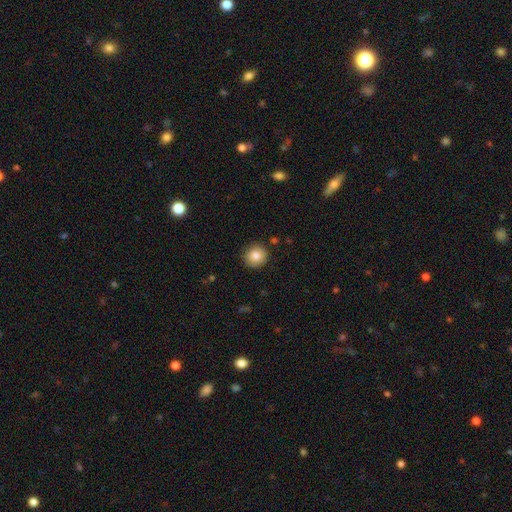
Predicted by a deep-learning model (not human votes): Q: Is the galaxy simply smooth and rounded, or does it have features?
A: smooth — 84%.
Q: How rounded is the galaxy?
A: round — 91%.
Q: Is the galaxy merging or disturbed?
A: none — 89%.